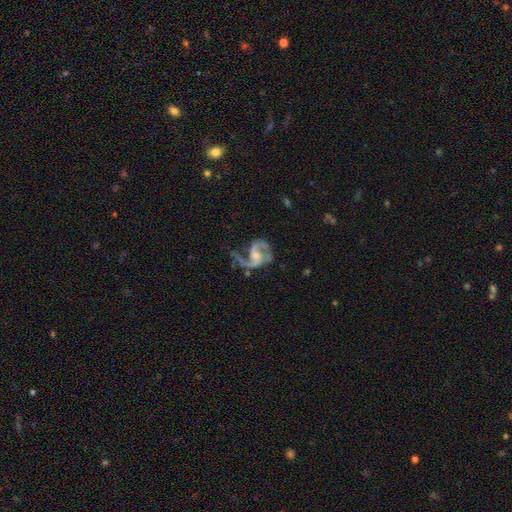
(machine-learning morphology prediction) Smooth or featured? Predicted: featured or disk (p=0.88). Edge-on disk? Predicted: no (p=0.98). Bar? Predicted: no (p=0.50). Spiral arms? Predicted: yes (p=0.95). Spiral winding? Predicted: loose (p=0.45, tied with medium). Spiral arm count? Predicted: 2 (p=0.78). Bulge size? Predicted: small (p=0.53). Merging? Predicted: none (p=0.41).